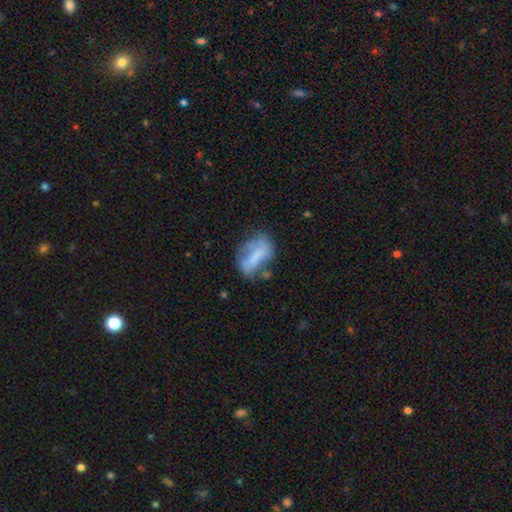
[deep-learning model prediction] A smooth galaxy with no disk features (55%) that is in between round and cigar-shaped (80%).

Vote fractions:
- Smooth or featured? smooth: 55% / featured or disk: 36% / star or artifact: 9%
- How rounded? in between: 80% / cigar-shaped: 10% / round: 10%
- Merging? none: 43% / minor disturbance: 29% / major disturbance: 20% / merger: 9%